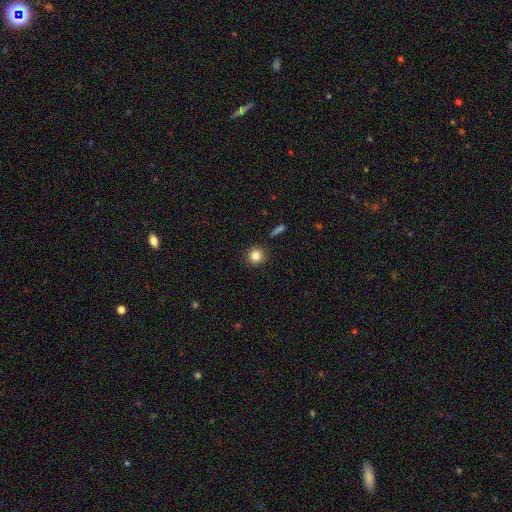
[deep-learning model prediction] Smooth or featured?
  - smooth: 83% *
  - star or artifact: 11%
  - featured or disk: 6%
How rounded?
  - round: 93% *
  - in between: 6%
  - cigar-shaped: 1%
Merging?
  - none: 90% *
  - minor disturbance: 6%
  - major disturbance: 2%
  - merger: 2%